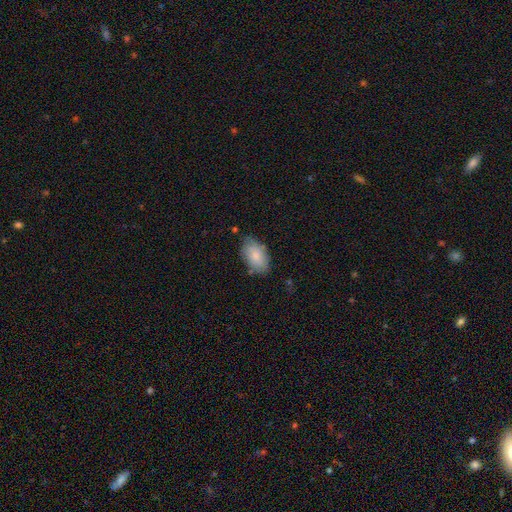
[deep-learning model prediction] Overall: smooth (83%). How rounded: in between (94%). Merging: none (75%).